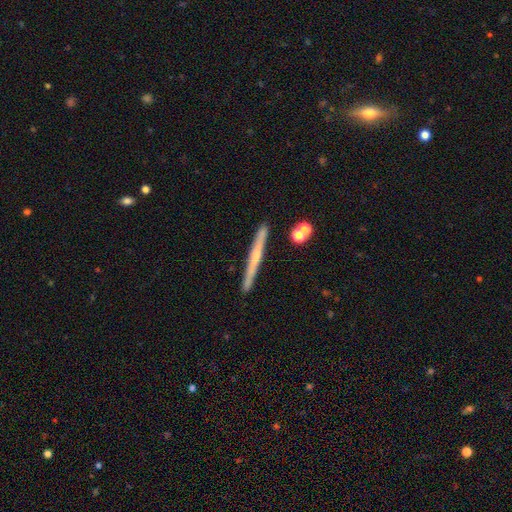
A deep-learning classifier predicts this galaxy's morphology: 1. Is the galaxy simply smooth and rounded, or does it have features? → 65% featured or disk, 28% smooth, 7% star or artifact.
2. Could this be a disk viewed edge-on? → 97% yes, 3% no.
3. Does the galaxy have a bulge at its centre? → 50% rounded, 44% none, 6% boxy.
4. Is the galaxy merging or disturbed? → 88% none, 7% minor disturbance, 3% merger, 2% major disturbance.